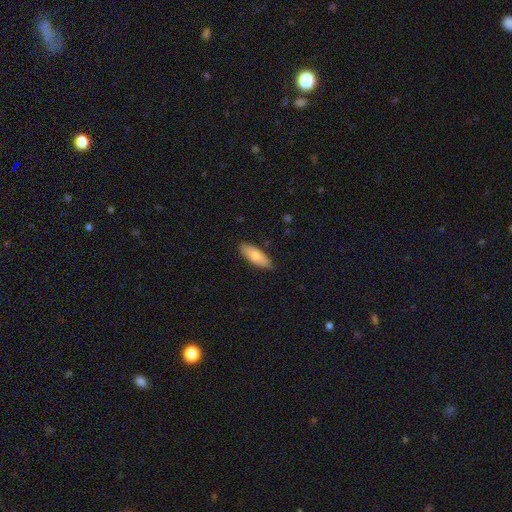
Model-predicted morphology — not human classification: Smooth or featured? smooth (79%)
How rounded? in between (69%)
Merging? none (85%)